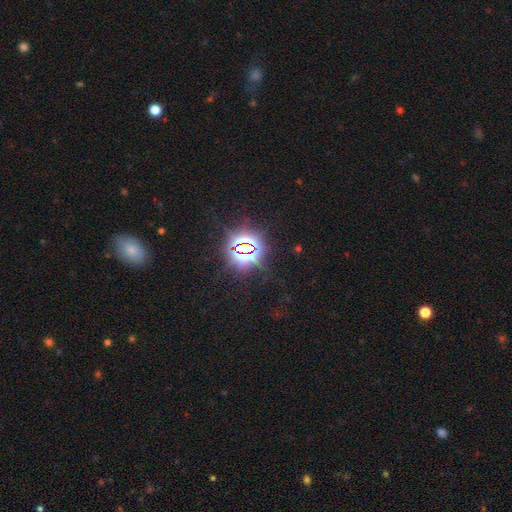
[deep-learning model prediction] Morphology: type=star or artifact (82%).